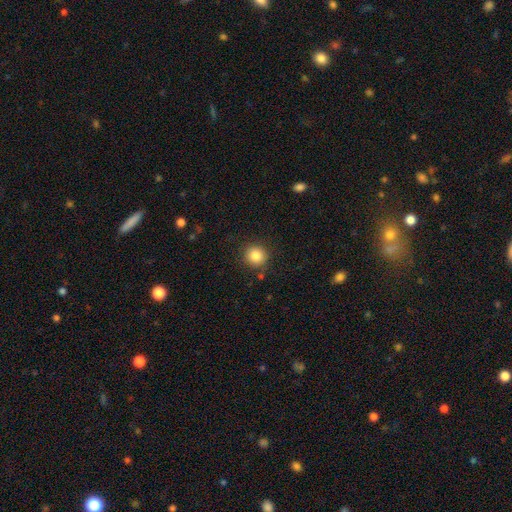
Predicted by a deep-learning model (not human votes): smooth_or_featured: smooth (p=0.85) [alt: star or artifact p=0.10]
how_rounded: round (p=0.91) [alt: in between p=0.08]
merging: none (p=0.87) [alt: minor disturbance p=0.08]